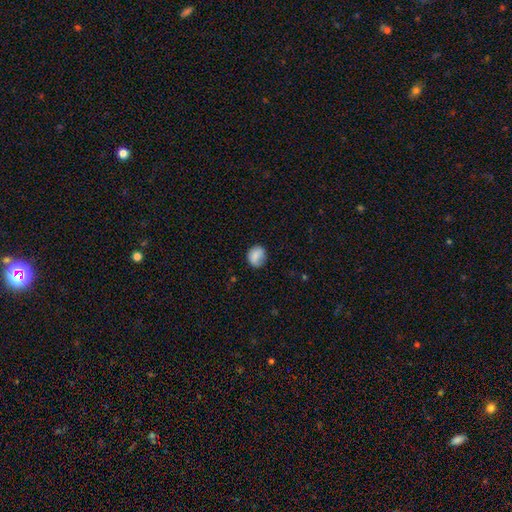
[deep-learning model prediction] smooth 80%, featured or disk 12%, star or artifact 8%. Down the decision tree: how rounded — round (73%); merging — none (72%).